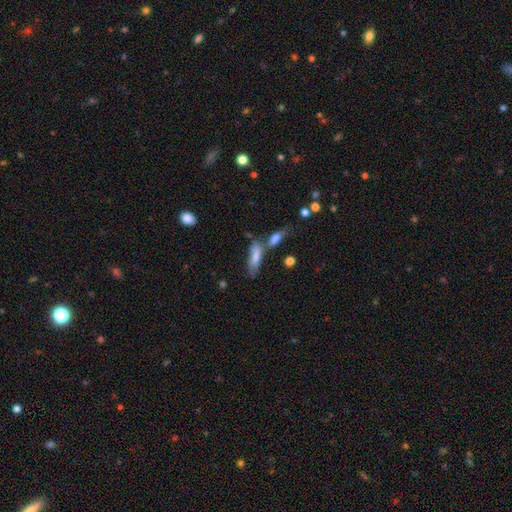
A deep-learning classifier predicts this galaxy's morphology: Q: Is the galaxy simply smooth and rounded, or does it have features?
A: smooth — 71%.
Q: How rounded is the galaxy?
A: in between — 56%.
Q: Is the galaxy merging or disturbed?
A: merger — 37%.